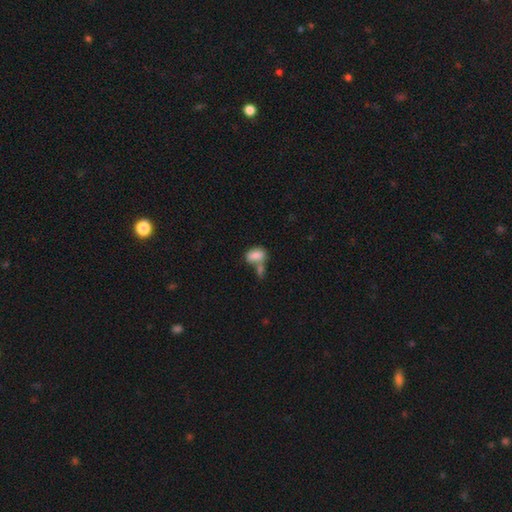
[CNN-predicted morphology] Overall: smooth (82%). How rounded: in between (86%). Merging: merger (47%; none 33%).